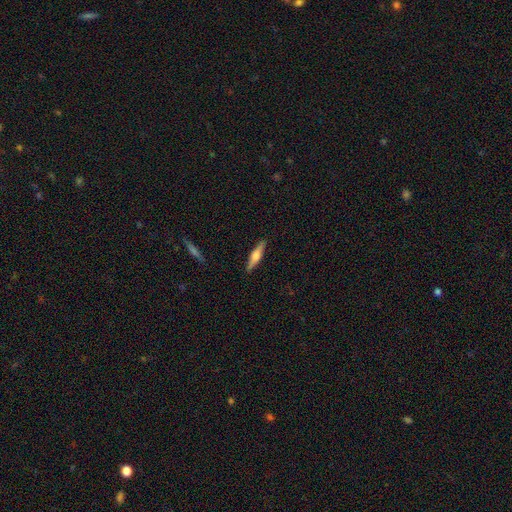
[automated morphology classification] Smooth or featured? featured or disk (58%)
Edge-on disk? yes (97%)
Edge-on bulge? rounded (83%)
Merging? none (90%)